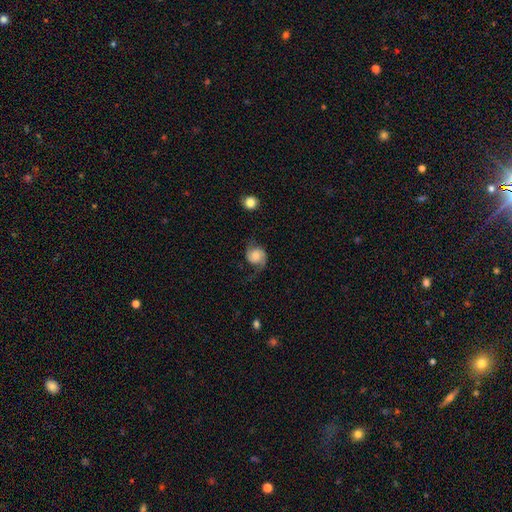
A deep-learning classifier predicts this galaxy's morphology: A featured or disk galaxy (63%) with no bar (69%), 2 (77%) loose (41%) spiral arms (94%) and a moderate central bulge (44%). Merging: none (55%).